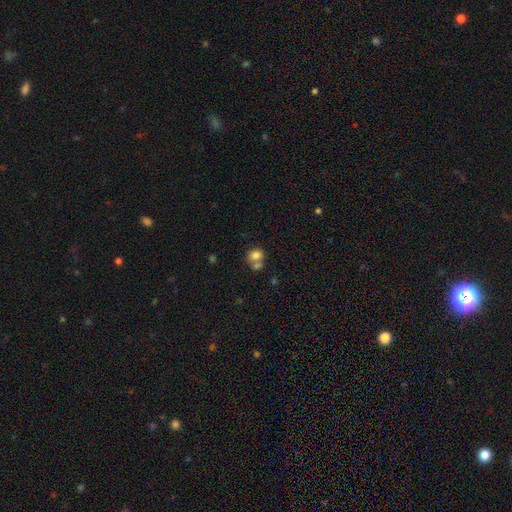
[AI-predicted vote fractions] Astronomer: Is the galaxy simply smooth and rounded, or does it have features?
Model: smooth — 78%.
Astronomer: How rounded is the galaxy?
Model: round — 56% (runner-up: in between, 43%).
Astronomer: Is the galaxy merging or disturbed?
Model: merger — 47% (runner-up: none, 37%).